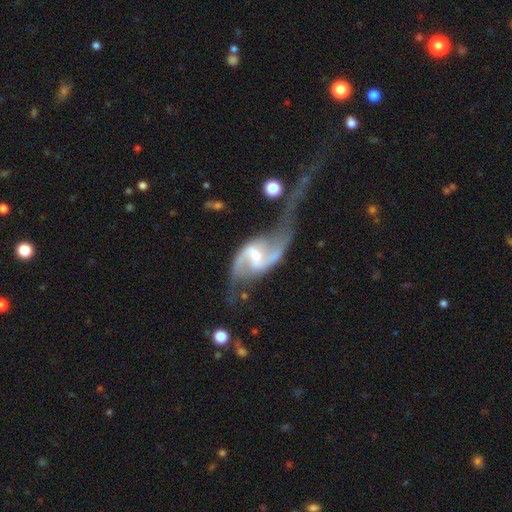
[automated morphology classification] type=featured or disk (91%); edge-on=no (97%); bar=weak (47%); spiral arms=yes (96%); winding=loose (73%); arm count=2 (92%); bulge=small (46%, tied with moderate); merging=none (37%).